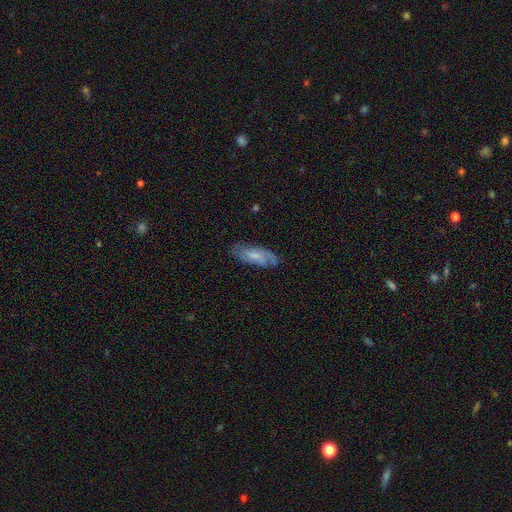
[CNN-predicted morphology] The model was most divided on "smooth or featured": featured or disk: 51%, smooth: 42%, star or artifact: 7%. More confident: edge-on disk — no (84%); merging — none (69%).